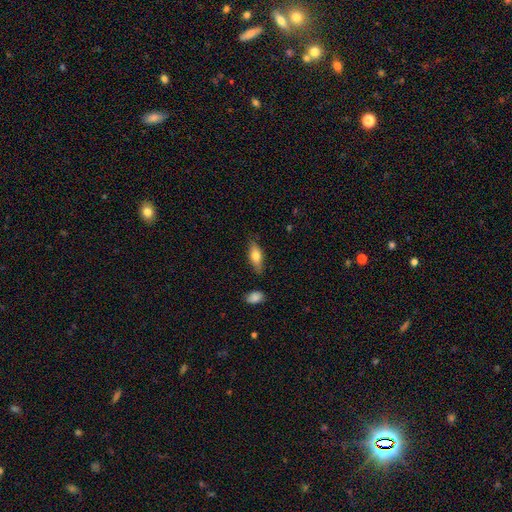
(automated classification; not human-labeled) This is likely a smooth galaxy (71%). How rounded: likely in between (70%). Merging: likely none (78%).